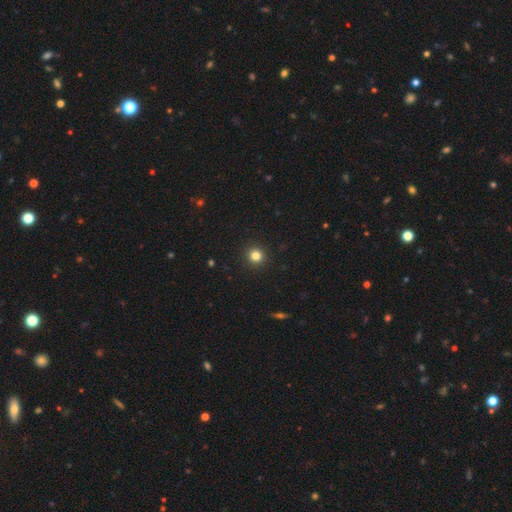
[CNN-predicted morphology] Smooth or featured?
  - smooth: 82% *
  - star or artifact: 13%
  - featured or disk: 5%
How rounded?
  - round: 94% *
  - in between: 5%
  - cigar-shaped: 1%
Merging?
  - none: 93% *
  - minor disturbance: 5%
  - major disturbance: 2%
  - merger: 1%